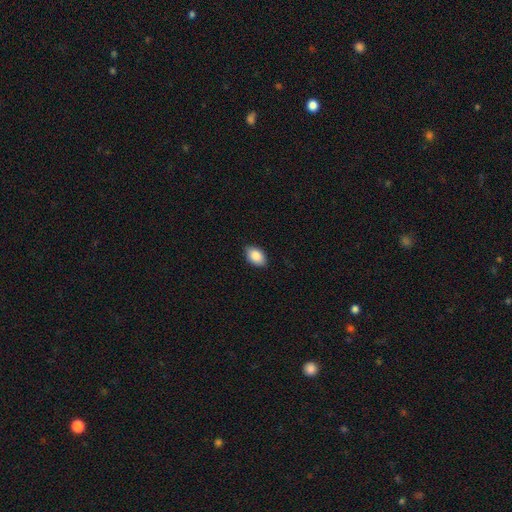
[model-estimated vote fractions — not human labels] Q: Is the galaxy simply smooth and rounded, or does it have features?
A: smooth — 87%.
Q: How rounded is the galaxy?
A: in between — 91%.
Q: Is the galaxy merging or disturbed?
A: none — 86%.